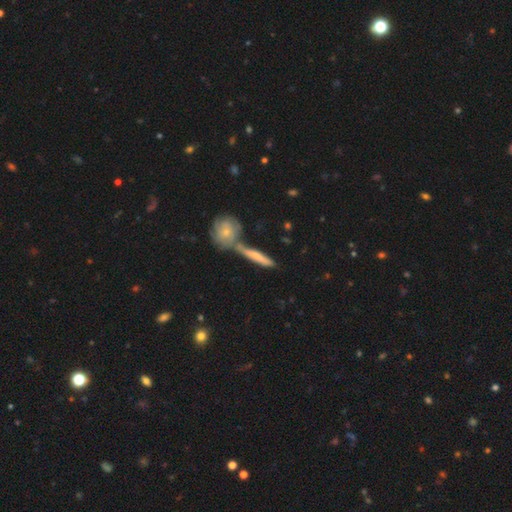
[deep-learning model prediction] Smooth or featured? Predicted: featured or disk (p=0.46). Merging? Predicted: none (p=0.60).